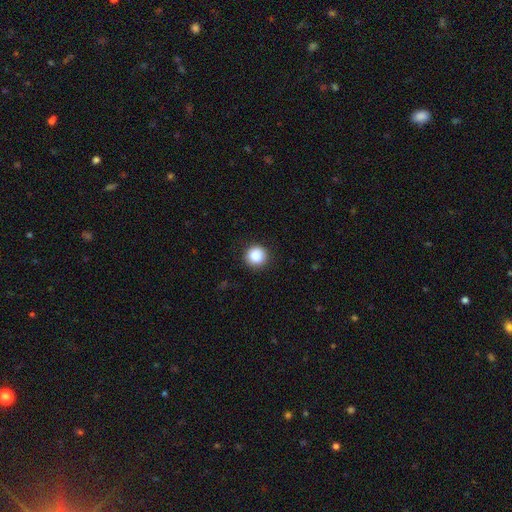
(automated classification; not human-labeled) smooth-or-featured: smooth: 88% | star or artifact: 9% | featured or disk: 3%
  how-rounded: round: 95% | in between: 4% | cigar-shaped: 1%
  merging: none: 90% | minor disturbance: 7% | major disturbance: 2% | merger: 1%